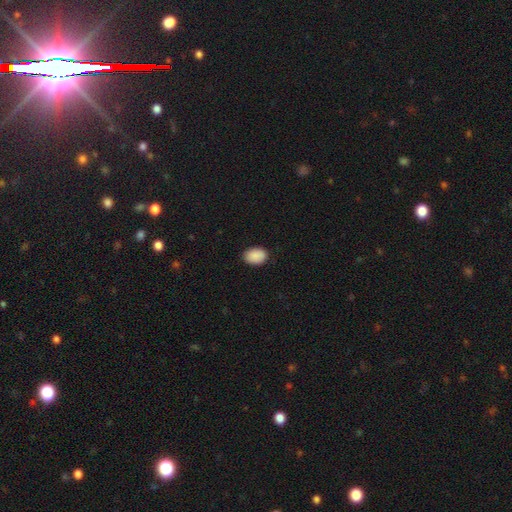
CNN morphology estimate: type=smooth (90%); roundness=in between (75%); merging=none (86%).